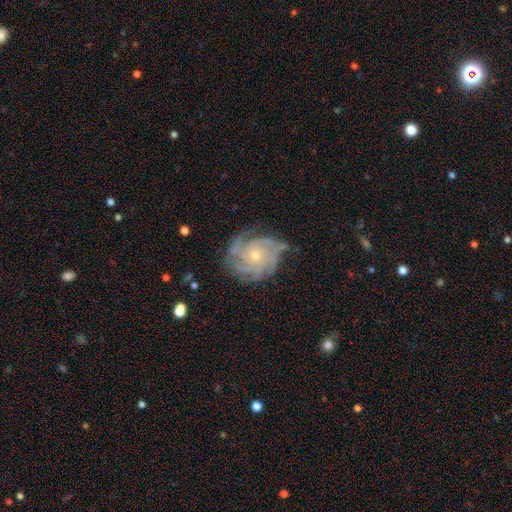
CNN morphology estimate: smooth_or_featured: featured or disk (p=0.89) [alt: star or artifact p=0.06]
disk_edge_on: no (p=0.98) [alt: yes p=0.02]
bar: no (p=0.78) [alt: weak p=0.17]
has_spiral_arms: yes (p=0.98) [alt: no p=0.02]
spiral_winding: tight (p=0.68) [alt: medium p=0.28]
spiral_arm_count: 4 (p=0.42) [alt: 3 p=0.21]
bulge_size: small (p=0.70) [alt: moderate p=0.27]
merging: none (p=0.73) [alt: minor disturbance p=0.19]